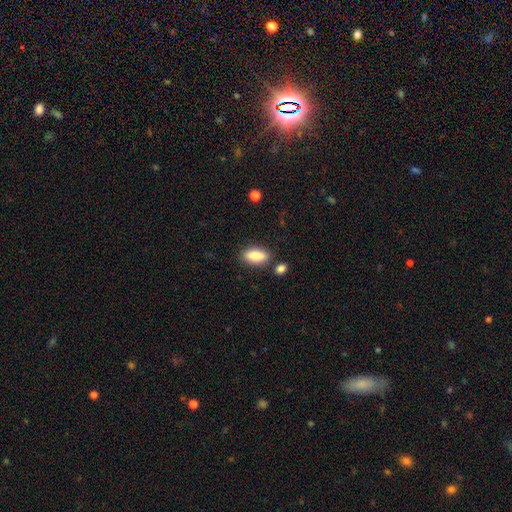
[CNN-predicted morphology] A smooth galaxy with no disk features (86%) that is in between round and cigar-shaped (82%). Merging: none (80%).